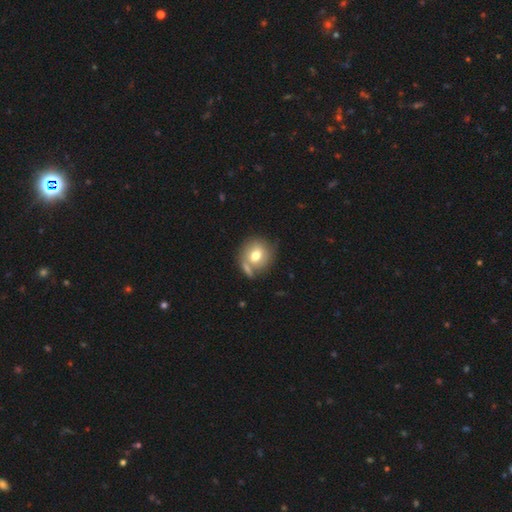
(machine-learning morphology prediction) The model was most divided on "merging": none: 56%, merger: 22%, minor disturbance: 16%, major disturbance: 6%. More confident: how rounded — round (80%); smooth or featured — smooth (70%).